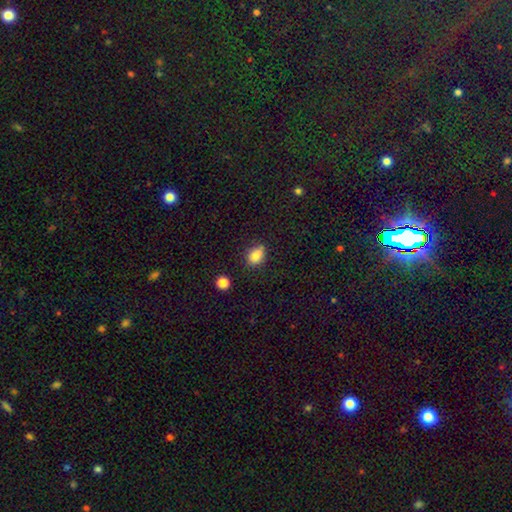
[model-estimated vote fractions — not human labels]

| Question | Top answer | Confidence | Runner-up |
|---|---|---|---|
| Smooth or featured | smooth | 80% | star or artifact (11%) |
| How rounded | in between | 64% | round (34%) |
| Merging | none | 64% | minor disturbance (22%) |